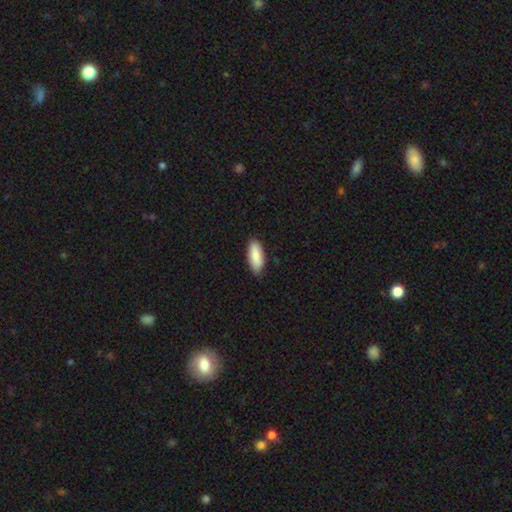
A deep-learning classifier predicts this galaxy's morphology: Q: Smooth or featured?
A: smooth (87%); runner-up: featured or disk (8%)
Q: How rounded?
A: in between (79%); runner-up: cigar-shaped (19%)
Q: Merging?
A: none (81%); runner-up: minor disturbance (16%)